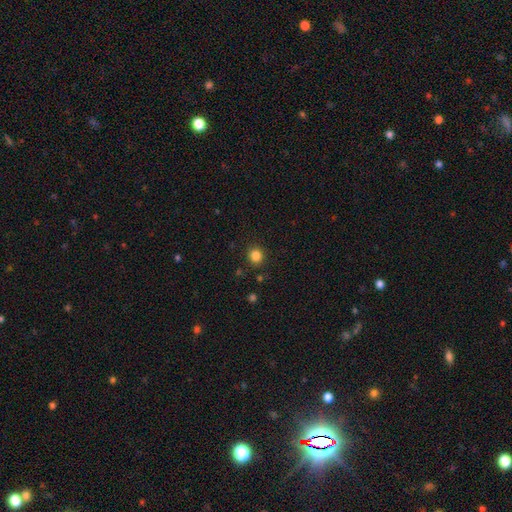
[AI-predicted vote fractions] This appears to be a smooth galaxy with no disk features (84%) that is round (86%). Merging: none (89%).